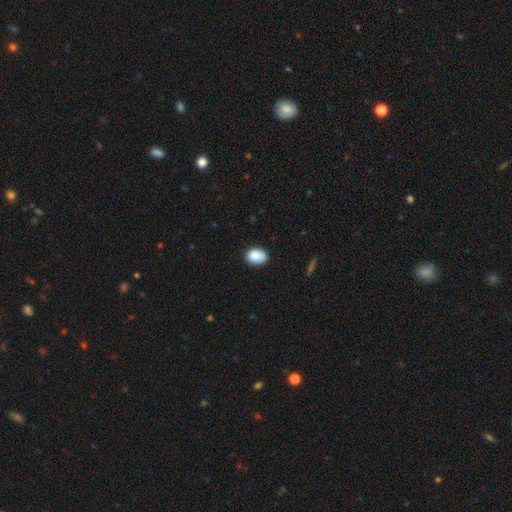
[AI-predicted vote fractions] Smooth or featured?
  - smooth: 88% *
  - star or artifact: 8%
  - featured or disk: 5%
How rounded?
  - in between: 82% *
  - round: 16%
  - cigar-shaped: 1%
Merging?
  - none: 78% *
  - minor disturbance: 18%
  - major disturbance: 3%
  - merger: 1%